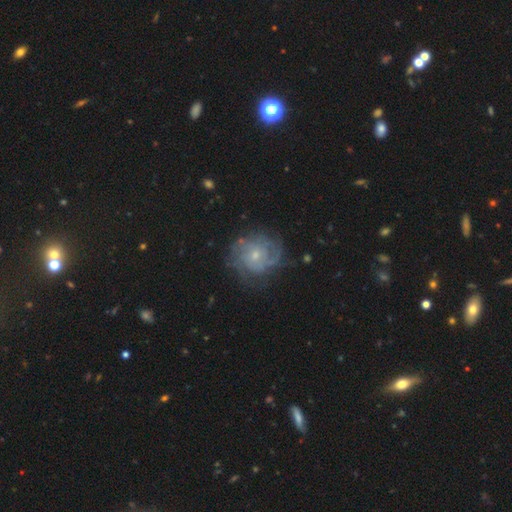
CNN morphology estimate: type=featured or disk (78%); edge-on=no (98%); bar=no (75%); spiral arms=yes (90%); winding=tight (60%); arm count=can't tell (41%); bulge=small (64%); merging=none (69%).